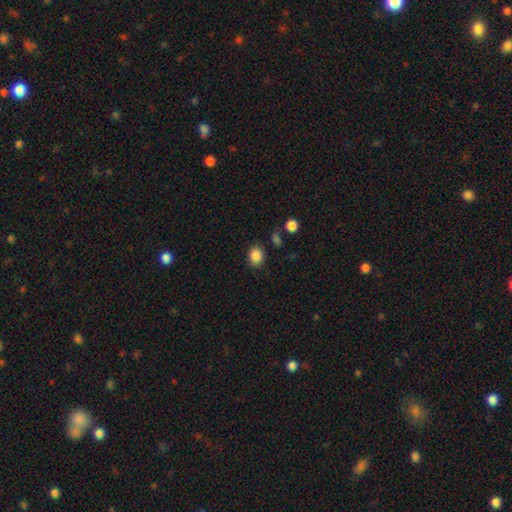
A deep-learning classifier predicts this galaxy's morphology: Smooth or featured?
  - smooth: 86% *
  - star or artifact: 9%
  - featured or disk: 4%
How rounded?
  - round: 58% *
  - in between: 41%
  - cigar-shaped: 1%
Merging?
  - none: 82% *
  - minor disturbance: 11%
  - merger: 3%
  - major disturbance: 3%